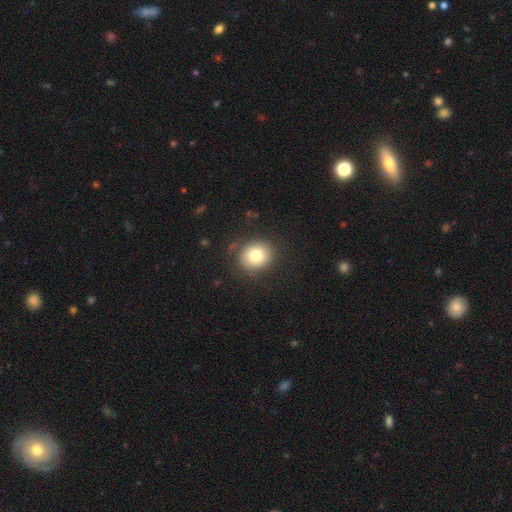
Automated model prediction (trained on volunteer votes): smooth-or-featured: smooth: 79% | featured or disk: 11% | star or artifact: 10%
  how-rounded: round: 72% | in between: 27% | cigar-shaped: 1%
  merging: none: 83% | minor disturbance: 11% | major disturbance: 4% | merger: 1%